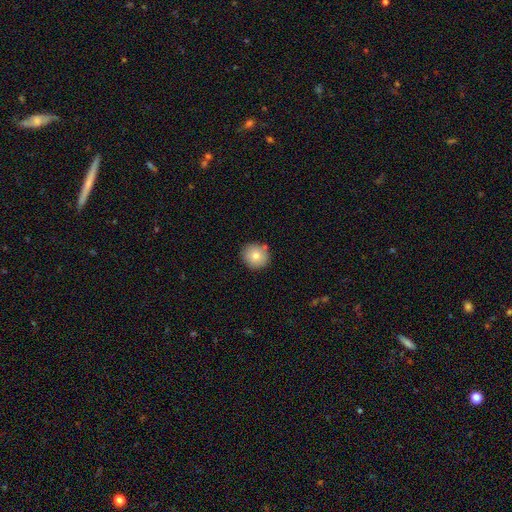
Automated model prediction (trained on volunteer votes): This is likely a smooth galaxy (80%). How rounded: clearly round (90%). Merging: clearly none (85%).